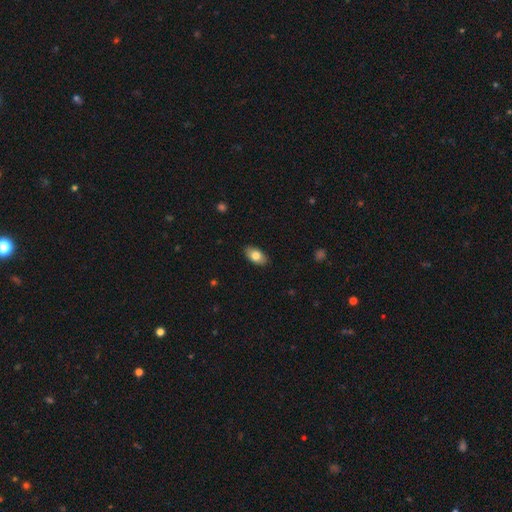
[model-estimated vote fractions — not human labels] Smooth or featured? Predicted: smooth (p=0.80). How rounded? Predicted: in between (p=0.92). Merging? Predicted: none (p=0.88).